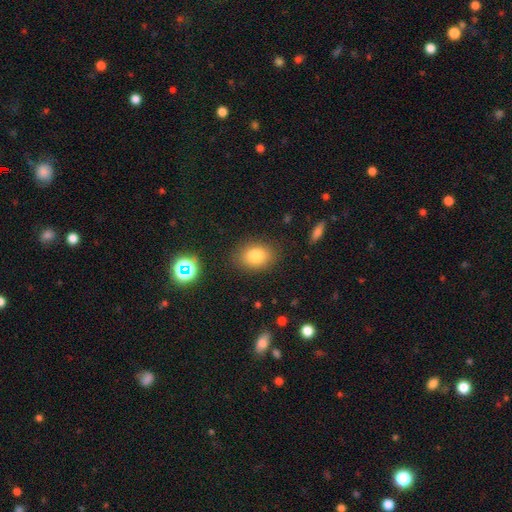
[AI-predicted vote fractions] Morphology: type=smooth (81%); roundness=in between (68%); merging=none (84%).